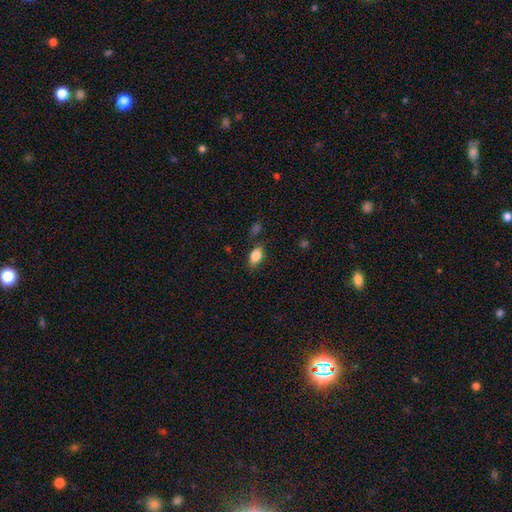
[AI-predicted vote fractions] Q: Smooth or featured?
A: smooth (82%); runner-up: featured or disk (9%)
Q: How rounded?
A: in between (87%); runner-up: round (8%)
Q: Merging?
A: none (76%); runner-up: minor disturbance (16%)